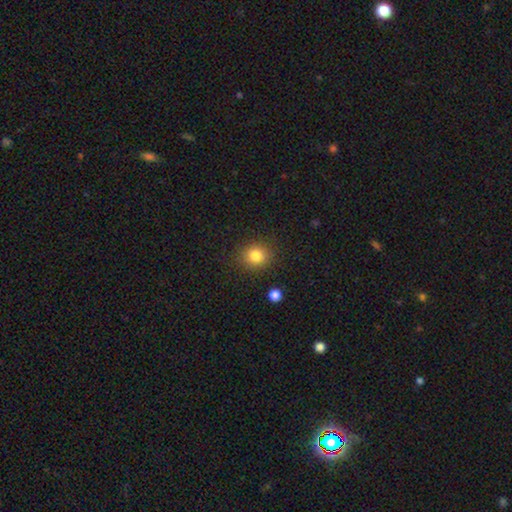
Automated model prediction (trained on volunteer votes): Q: Smooth or featured?
A: smooth (82%); runner-up: star or artifact (12%)
Q: How rounded?
A: round (82%); runner-up: in between (17%)
Q: Merging?
A: none (87%); runner-up: minor disturbance (8%)